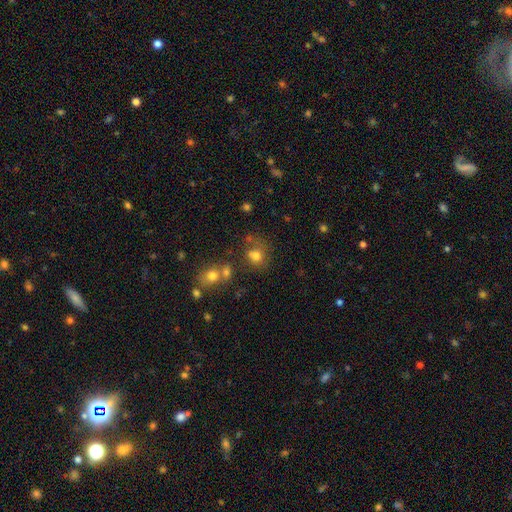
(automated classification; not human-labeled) A smooth galaxy with no disk features (75%) that is round (71%). Merging: none (55%).